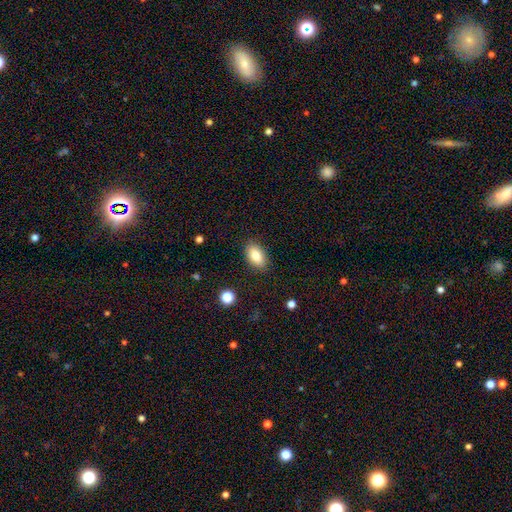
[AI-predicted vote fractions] A smooth galaxy with no disk features (83%) that is in between round and cigar-shaped (91%). Merging: none (87%).